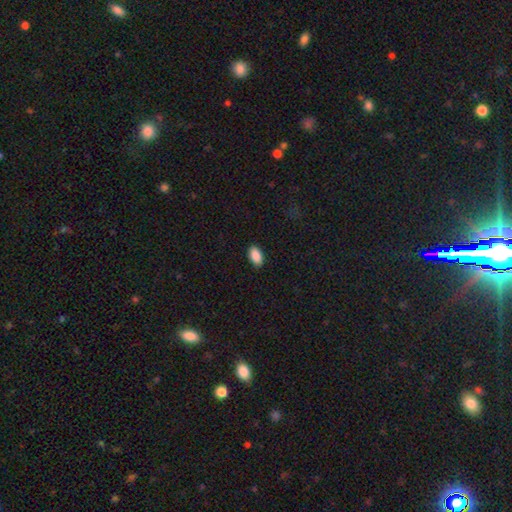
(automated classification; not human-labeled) smooth-or-featured: smooth: 90% | star or artifact: 7% | featured or disk: 3%
  how-rounded: in between: 94% | round: 4% | cigar-shaped: 2%
  merging: none: 89% | minor disturbance: 8% | major disturbance: 2% | merger: 1%